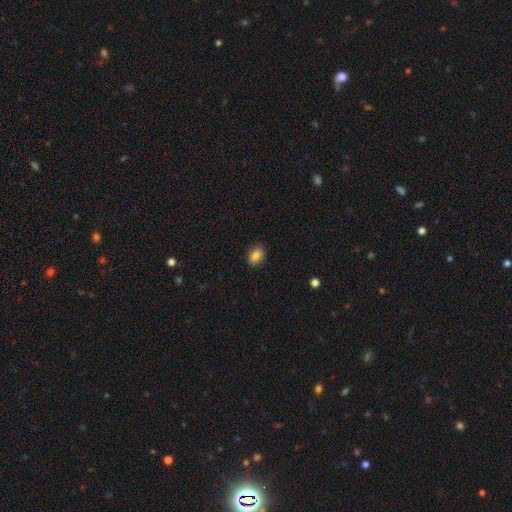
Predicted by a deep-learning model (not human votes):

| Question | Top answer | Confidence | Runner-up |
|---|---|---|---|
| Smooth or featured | smooth | 85% | star or artifact (9%) |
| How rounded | in between | 69% | round (30%) |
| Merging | none | 88% | minor disturbance (9%) |